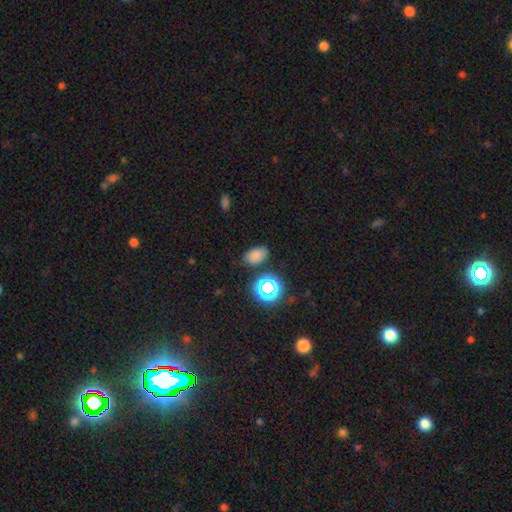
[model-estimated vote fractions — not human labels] smooth_or_featured: smooth (p=0.75) [alt: star or artifact p=0.19]
how_rounded: in between (p=0.85) [alt: round p=0.14]
merging: none (p=0.78) [alt: minor disturbance p=0.14]